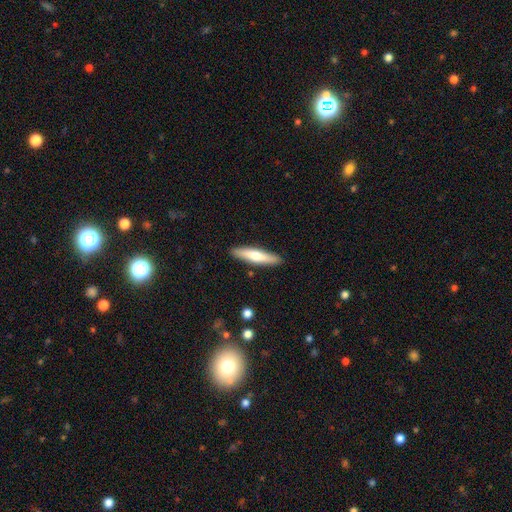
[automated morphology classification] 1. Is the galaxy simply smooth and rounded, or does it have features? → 62% smooth, 32% featured or disk, 5% star or artifact.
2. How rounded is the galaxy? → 84% cigar-shaped, 15% in between, 1% round.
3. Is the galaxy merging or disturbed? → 89% none, 8% minor disturbance, 2% major disturbance, 1% merger.